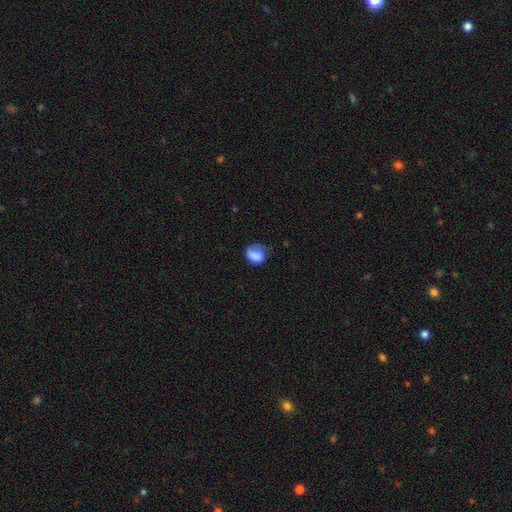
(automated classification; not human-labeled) A smooth galaxy with no disk features (77%) that is in between round and cigar-shaped (50%).

Vote fractions:
- Smooth or featured? smooth: 77% / featured or disk: 15% / star or artifact: 8%
- How rounded? in between: 50% / round: 49% / cigar-shaped: 1%
- Merging? none: 38% / minor disturbance: 33% / major disturbance: 26% / merger: 3%